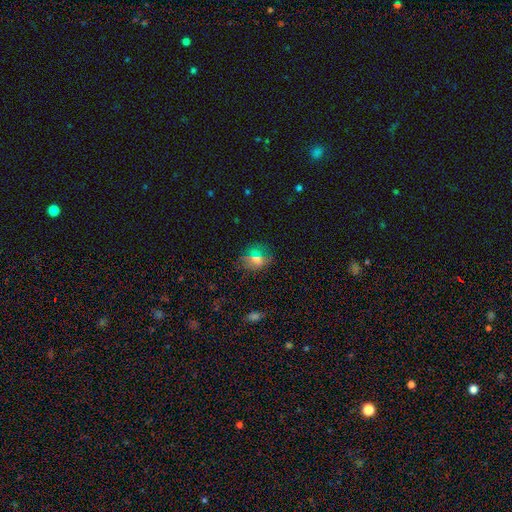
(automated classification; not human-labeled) A smooth galaxy with no disk features (61%) that is round (69%).

Vote fractions:
- Smooth or featured? smooth: 61% / star or artifact: 22% / featured or disk: 17%
- How rounded? round: 69% / in between: 29% / cigar-shaped: 2%
- Merging? none: 81% / minor disturbance: 13% / major disturbance: 4% / merger: 2%